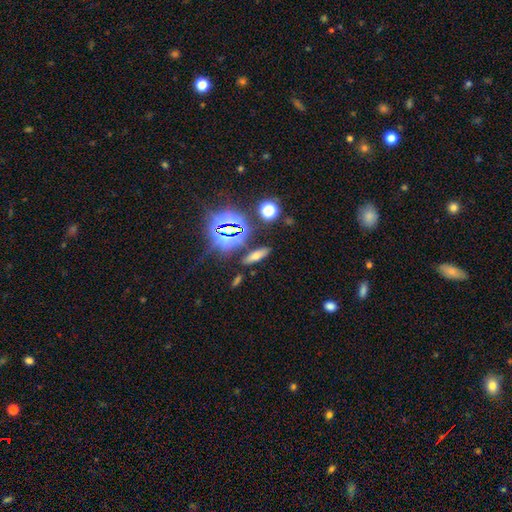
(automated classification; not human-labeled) This is possibly a smooth galaxy (52%). How rounded: possibly cigar-shaped (49%). Merging: clearly none (84%).